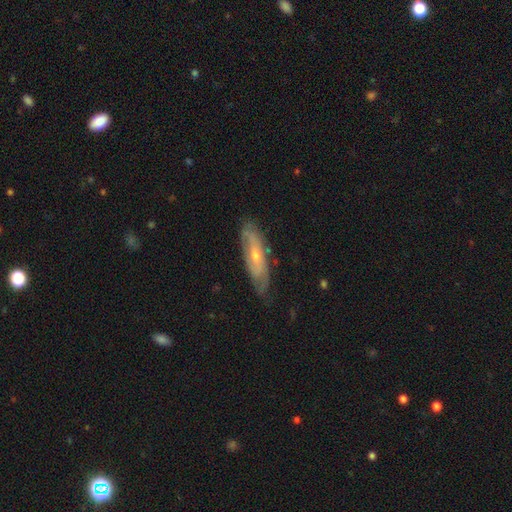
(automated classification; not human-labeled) A featured or disk galaxy (66%).

Vote fractions:
- Smooth or featured? featured or disk: 66% / smooth: 28% / star or artifact: 6%
- Edge-on disk? no: 69% / yes: 31%
- Merging? none: 72% / minor disturbance: 21% / major disturbance: 5% / merger: 1%